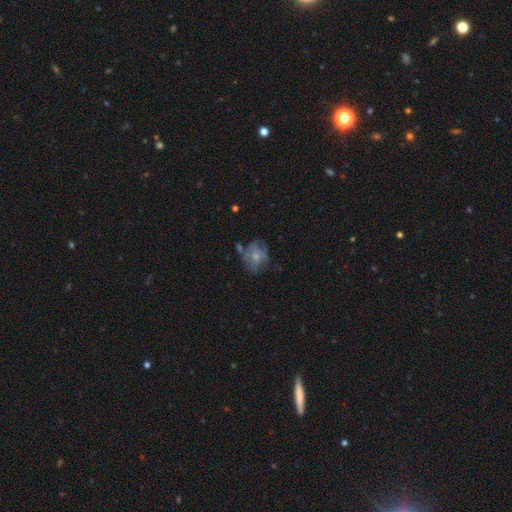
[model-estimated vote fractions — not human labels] Smooth or featured? Predicted: featured or disk (p=0.48). Merging? Predicted: none (p=0.51).